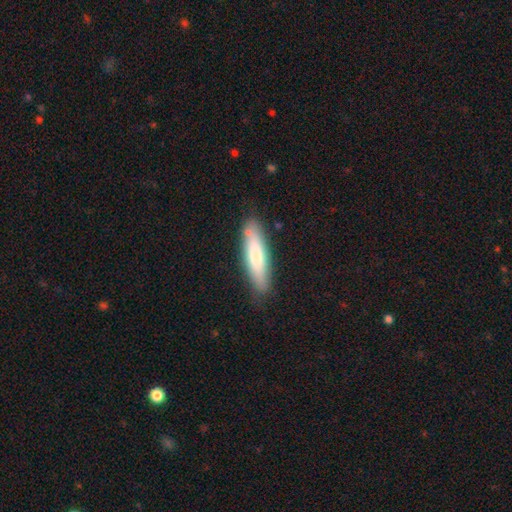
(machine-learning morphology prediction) A smooth galaxy with no disk features (68%) that is cigar-shaped (75%). Merging: none (83%).